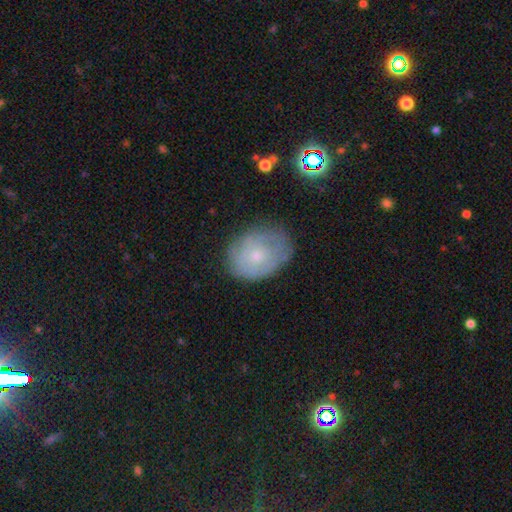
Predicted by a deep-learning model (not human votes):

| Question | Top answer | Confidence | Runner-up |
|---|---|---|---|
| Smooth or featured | smooth | 49% | featured or disk (41%) |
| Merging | none | 71% | minor disturbance (21%) |